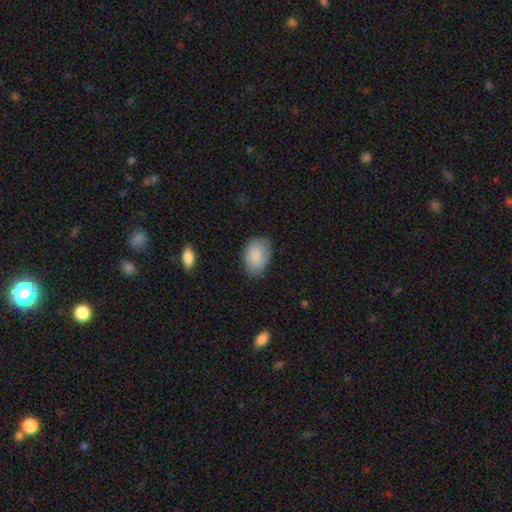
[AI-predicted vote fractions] Smooth or featured? Predicted: smooth (p=0.87). How rounded? Predicted: in between (p=0.85). Merging? Predicted: none (p=0.74).